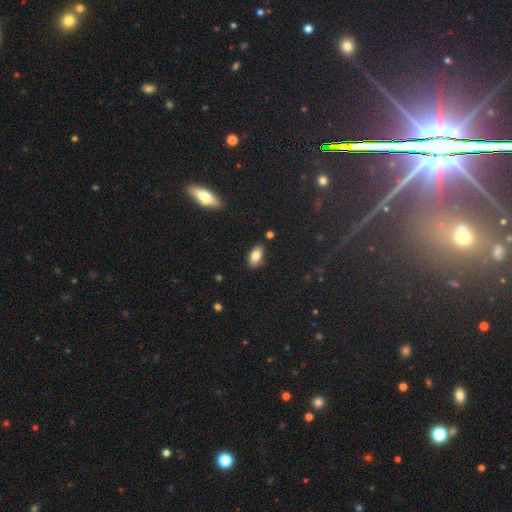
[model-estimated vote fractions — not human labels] Smooth or featured? Predicted: smooth (p=0.78). How rounded? Predicted: in between (p=0.91). Merging? Predicted: none (p=0.75).